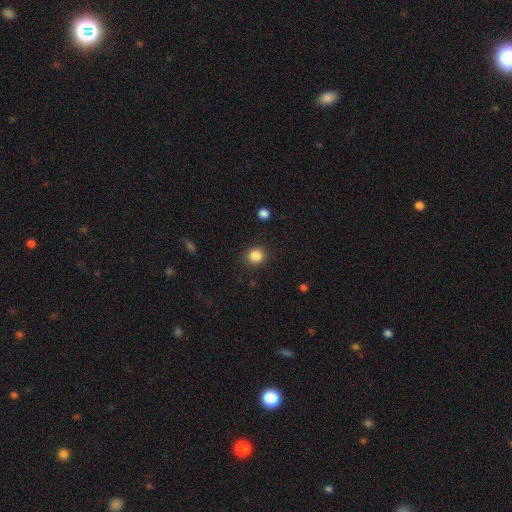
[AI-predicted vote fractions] Morphology: type=smooth (85%); roundness=round (89%); merging=none (90%).